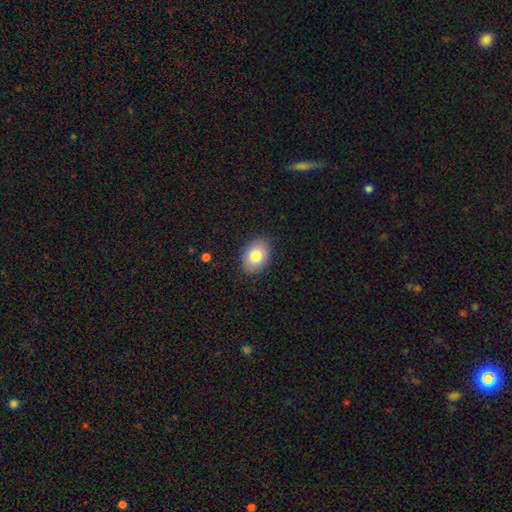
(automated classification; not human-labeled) smooth 81%, featured or disk 12%, star or artifact 7%. Down the decision tree: how rounded — in between (78%); merging — none (87%).